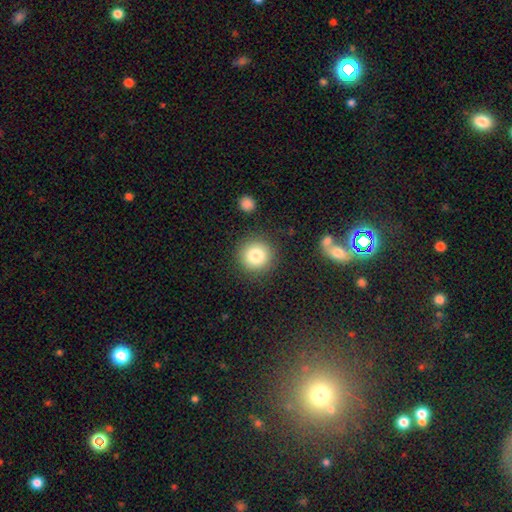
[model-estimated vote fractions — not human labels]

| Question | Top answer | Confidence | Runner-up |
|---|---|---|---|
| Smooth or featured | smooth | 81% | star or artifact (11%) |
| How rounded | round | 94% | in between (5%) |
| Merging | none | 88% | minor disturbance (7%) |